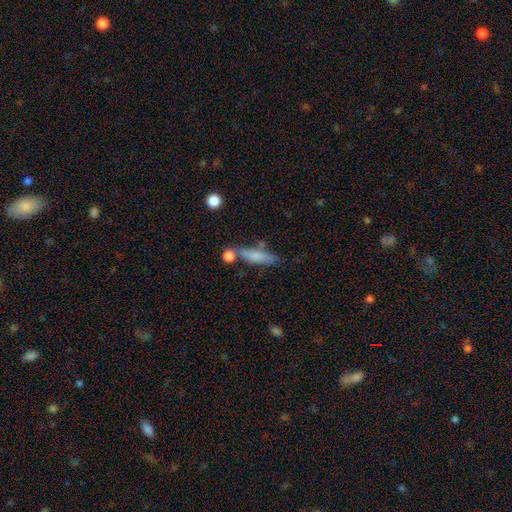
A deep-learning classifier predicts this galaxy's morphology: This is likely a smooth galaxy (68%). How rounded: likely cigar-shaped (70%). Merging: possibly none (58%).